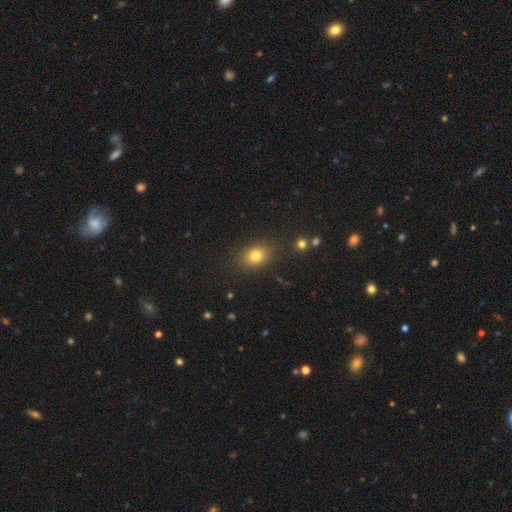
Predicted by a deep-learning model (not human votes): smooth_or_featured: smooth (p=0.79) [alt: star or artifact p=0.13]
how_rounded: in between (p=0.53) [alt: round p=0.46]
merging: none (p=0.84) [alt: minor disturbance p=0.10]